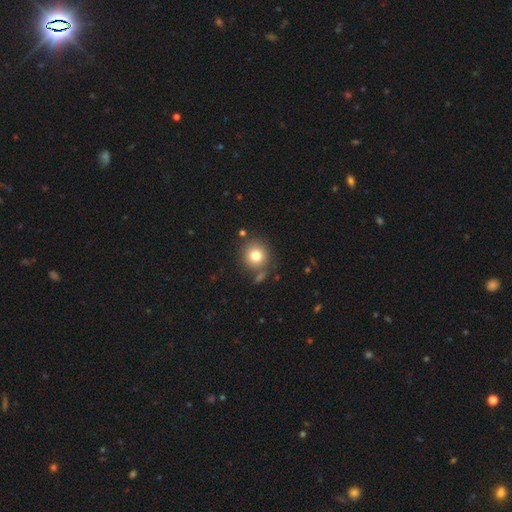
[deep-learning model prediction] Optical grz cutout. It shows a smooth galaxy with no disk features (79%) that is round (89%). Merging: none (76%).